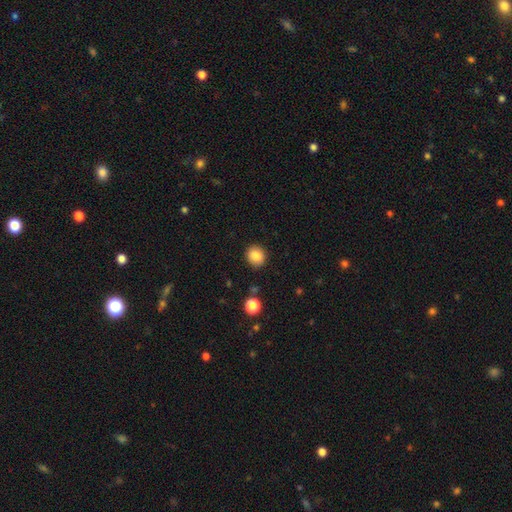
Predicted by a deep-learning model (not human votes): Overall: smooth (86%). How rounded: round (81%). Merging: none (90%).